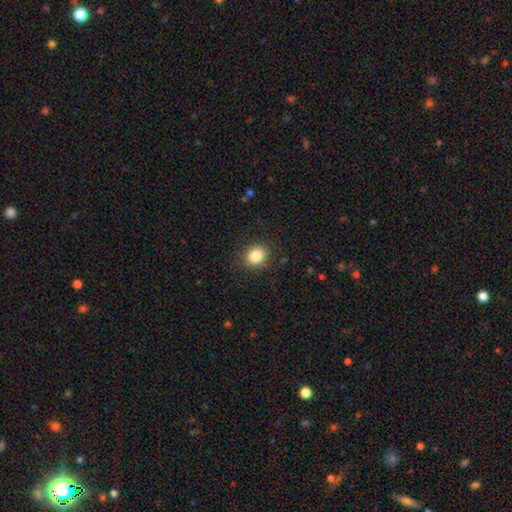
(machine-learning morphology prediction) A smooth galaxy with no disk features (84%) that is round (51%). Merging: none (87%).